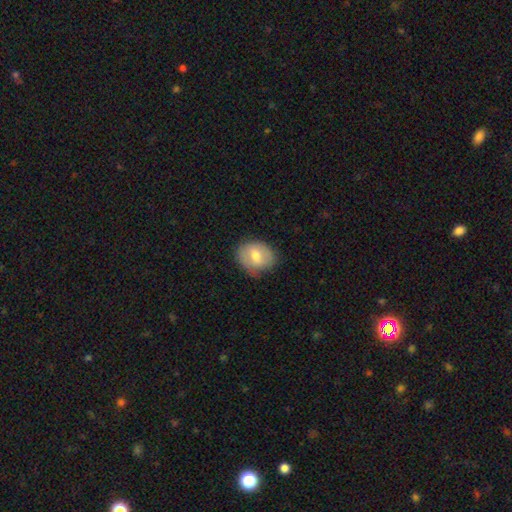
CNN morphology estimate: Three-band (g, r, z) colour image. It shows a smooth galaxy with no disk features (61%) that is round (52%). Merging: none (75%).